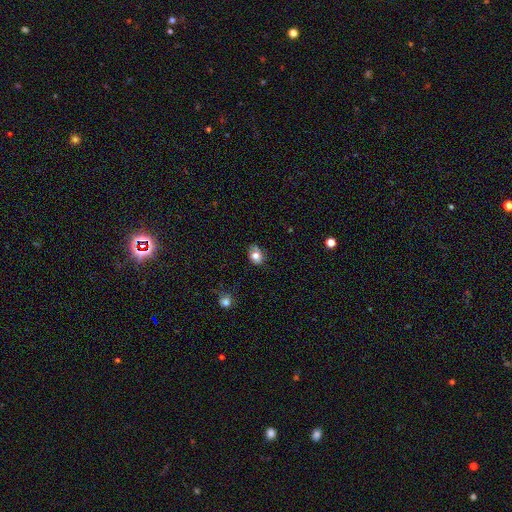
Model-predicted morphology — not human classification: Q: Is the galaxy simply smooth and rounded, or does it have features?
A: smooth — 75%.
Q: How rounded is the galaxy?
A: in between — 65%.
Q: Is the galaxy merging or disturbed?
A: none — 69%.